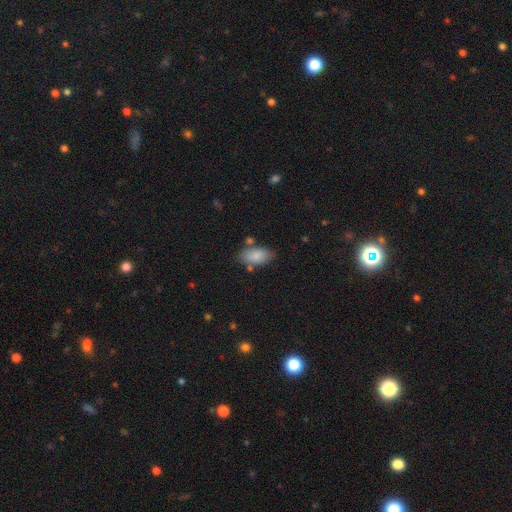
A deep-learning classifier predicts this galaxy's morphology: Q: Smooth or featured?
A: smooth (85%); runner-up: featured or disk (9%)
Q: How rounded?
A: in between (93%); runner-up: cigar-shaped (4%)
Q: Merging?
A: none (72%); runner-up: minor disturbance (16%)